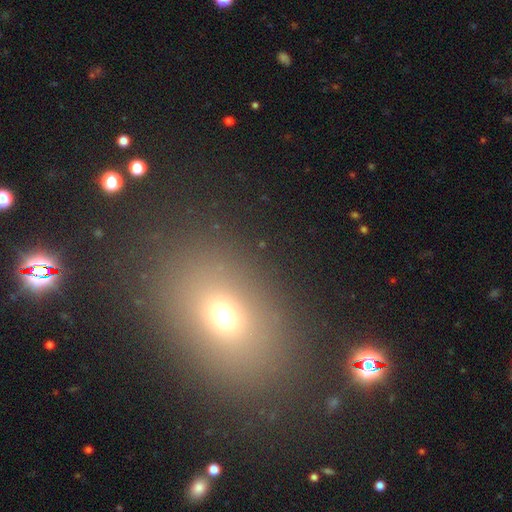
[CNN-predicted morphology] A smooth galaxy with no disk features (60%) that is in between round and cigar-shaped (65%).

Vote fractions:
- Smooth or featured? smooth: 60% / star or artifact: 27% / featured or disk: 13%
- How rounded? in between: 65% / round: 33% / cigar-shaped: 2%
- Merging? none: 85% / minor disturbance: 8% / major disturbance: 4% / merger: 2%